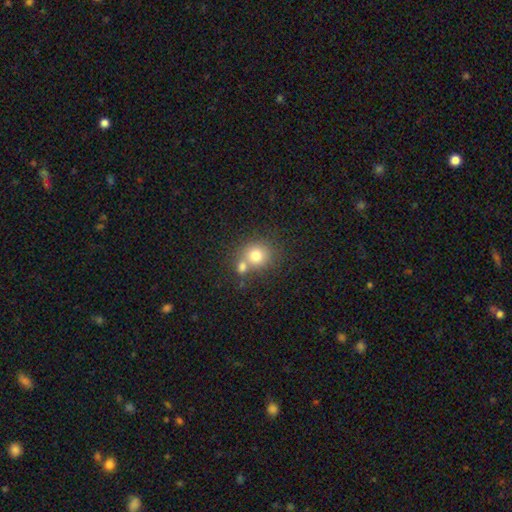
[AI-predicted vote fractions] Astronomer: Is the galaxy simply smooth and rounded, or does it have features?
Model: smooth — 77%.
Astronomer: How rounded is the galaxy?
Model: round — 83%.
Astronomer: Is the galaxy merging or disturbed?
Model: none — 47% (runner-up: merger, 42%).